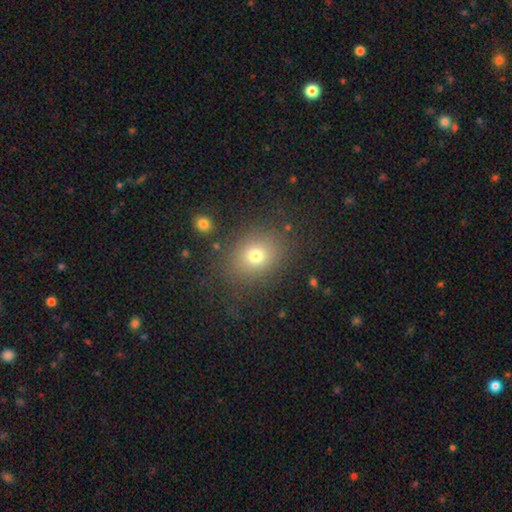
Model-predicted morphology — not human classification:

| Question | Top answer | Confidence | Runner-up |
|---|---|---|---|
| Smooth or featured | smooth | 73% | star or artifact (16%) |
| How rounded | round | 56% | in between (43%) |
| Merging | none | 81% | minor disturbance (10%) |